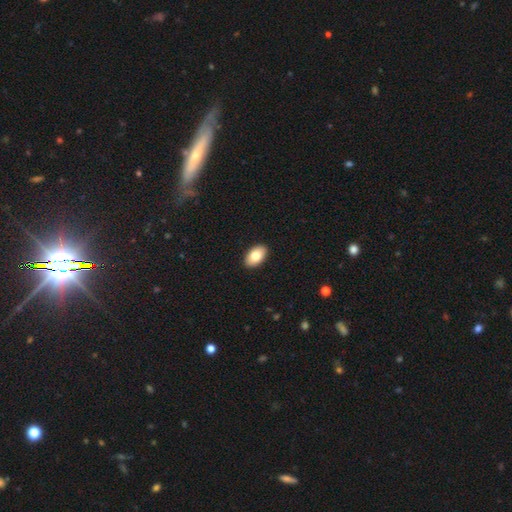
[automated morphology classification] A smooth galaxy with no disk features (80%) that is in between round and cigar-shaped (94%). Merging: none (91%).